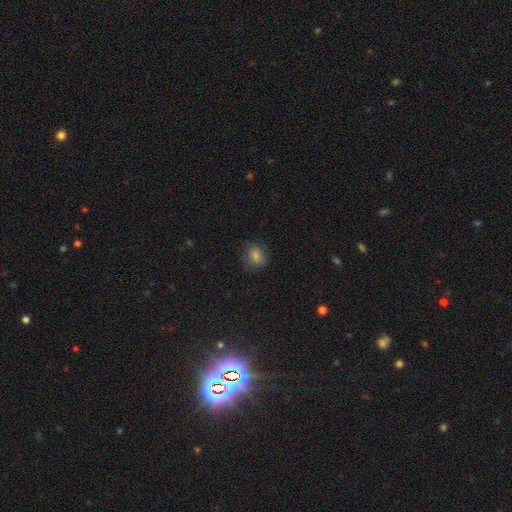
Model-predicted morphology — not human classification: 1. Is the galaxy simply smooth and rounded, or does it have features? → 72% smooth, 16% star or artifact, 12% featured or disk.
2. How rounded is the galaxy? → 73% round, 26% in between, 1% cigar-shaped.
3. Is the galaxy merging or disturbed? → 79% none, 15% minor disturbance, 5% major disturbance, 1% merger.